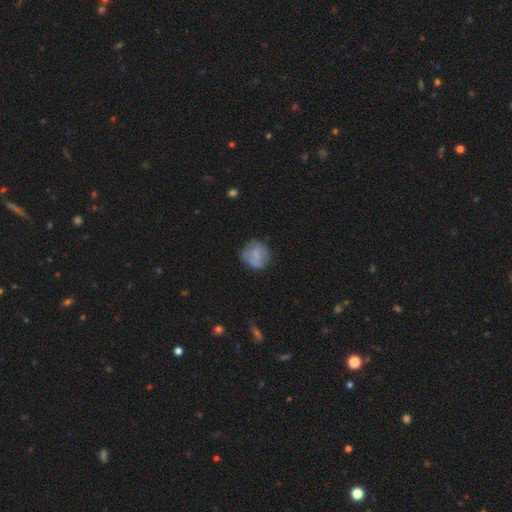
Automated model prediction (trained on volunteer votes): Smooth or featured?
  - smooth: 59% *
  - featured or disk: 32%
  - star or artifact: 9%
How rounded?
  - round: 84% *
  - in between: 15%
  - cigar-shaped: 1%
Merging?
  - none: 69% *
  - minor disturbance: 21%
  - major disturbance: 8%
  - merger: 2%